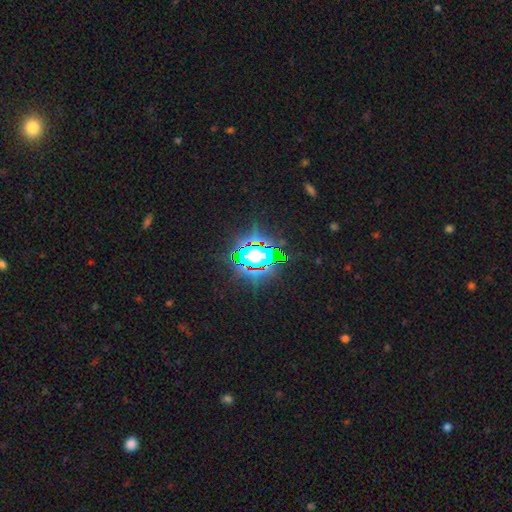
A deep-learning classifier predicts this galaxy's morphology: Smooth or featured: star or artifact — 69% (smooth — 19%)